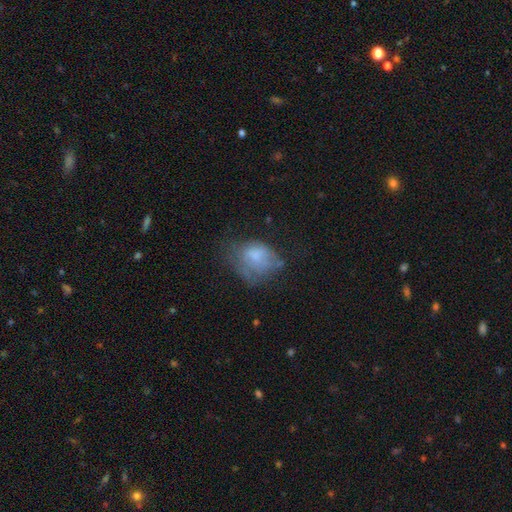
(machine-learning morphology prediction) A smooth galaxy with no disk features (62%) that is in between round and cigar-shaped (57%).

Vote fractions:
- Smooth or featured? smooth: 62% / featured or disk: 26% / star or artifact: 12%
- How rounded? in between: 57% / round: 42% / cigar-shaped: 1%
- Merging? none: 39% / minor disturbance: 31% / major disturbance: 27% / merger: 3%